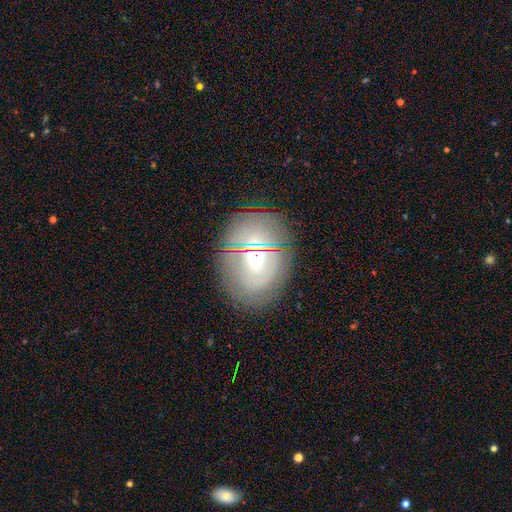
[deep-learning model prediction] smooth 43%, featured or disk 38%, star or artifact 19%. Down the decision tree: merging — none (79%).